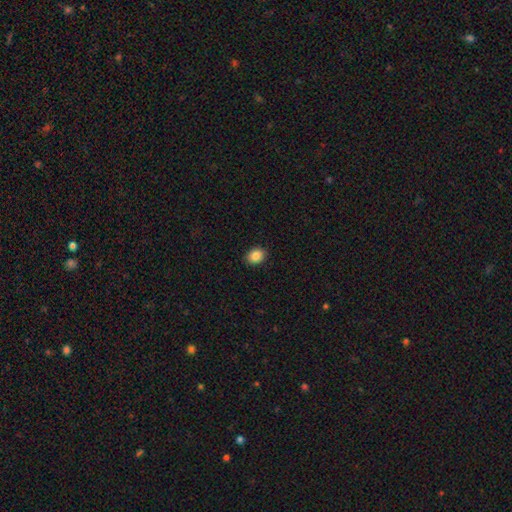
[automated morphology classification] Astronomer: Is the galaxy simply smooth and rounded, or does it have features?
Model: smooth — 87%.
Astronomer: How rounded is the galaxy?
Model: in between — 55% (runner-up: round, 44%).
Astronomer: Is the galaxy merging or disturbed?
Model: none — 90%.